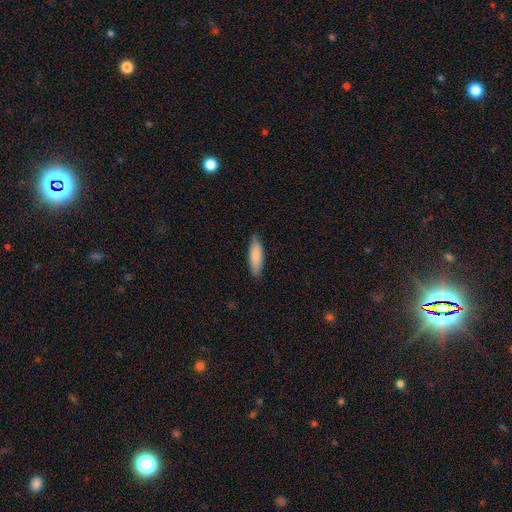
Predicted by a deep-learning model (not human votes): This is clearly a smooth galaxy (83%). How rounded: possibly cigar-shaped (54%). Merging: clearly none (84%).